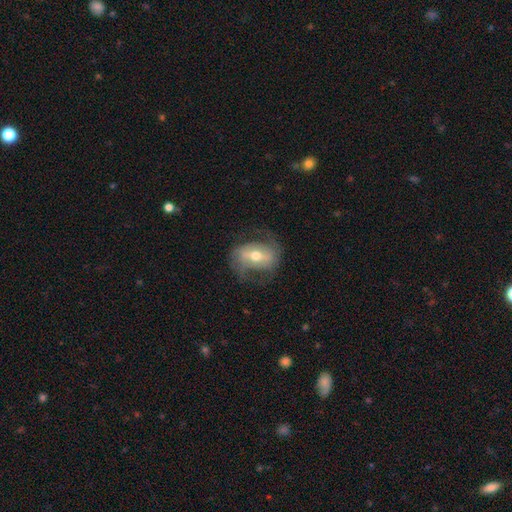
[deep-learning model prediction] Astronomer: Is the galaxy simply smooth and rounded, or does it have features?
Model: featured or disk — 72%.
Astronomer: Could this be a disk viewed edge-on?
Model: no — 93%.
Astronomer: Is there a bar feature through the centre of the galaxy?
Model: strong — 45% (runner-up: weak, 36%).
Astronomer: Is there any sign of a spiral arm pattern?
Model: yes — 80%.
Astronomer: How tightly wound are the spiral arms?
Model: medium — 44% (runner-up: loose, 36%).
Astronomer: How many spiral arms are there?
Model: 2 — 83%.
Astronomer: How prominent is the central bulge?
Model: moderate — 68%.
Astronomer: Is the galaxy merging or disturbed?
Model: none — 67%.